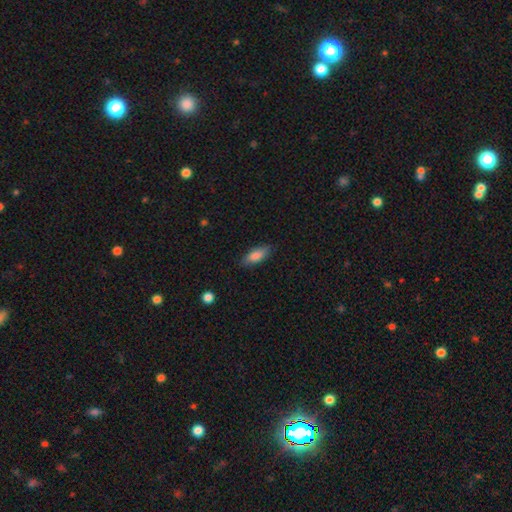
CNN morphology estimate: smooth-or-featured: smooth: 83% | featured or disk: 10% | star or artifact: 7%
  how-rounded: in between: 74% | cigar-shaped: 23% | round: 2%
  merging: none: 83% | minor disturbance: 13% | major disturbance: 3% | merger: 1%